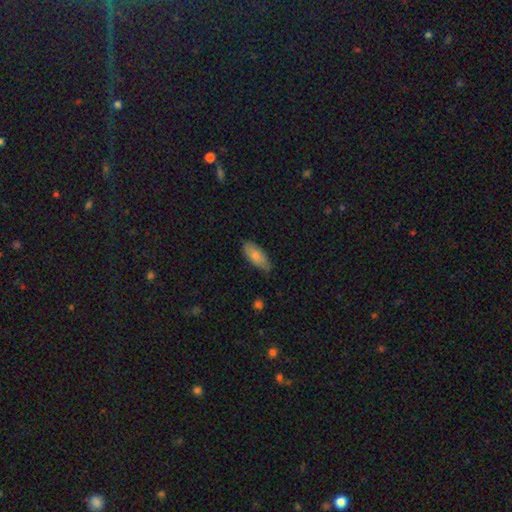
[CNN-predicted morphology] Smooth or featured? Predicted: smooth (p=0.82). How rounded? Predicted: in between (p=0.82). Merging? Predicted: none (p=0.78).